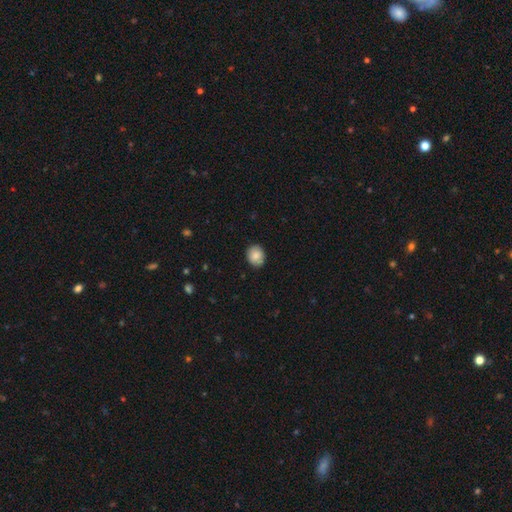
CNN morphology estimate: Smooth or featured?
  - smooth: 86% *
  - star or artifact: 7%
  - featured or disk: 7%
How rounded?
  - round: 63% *
  - in between: 36%
  - cigar-shaped: 1%
Merging?
  - none: 88% *
  - minor disturbance: 9%
  - major disturbance: 2%
  - merger: 1%